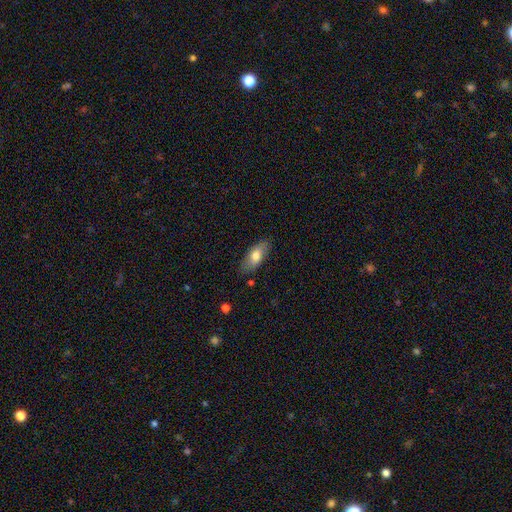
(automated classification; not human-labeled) Smooth or featured: smooth — 71% (featured or disk — 23%)
How rounded: in between — 80% (cigar-shaped — 17%)
Merging: none — 82% (minor disturbance — 13%)